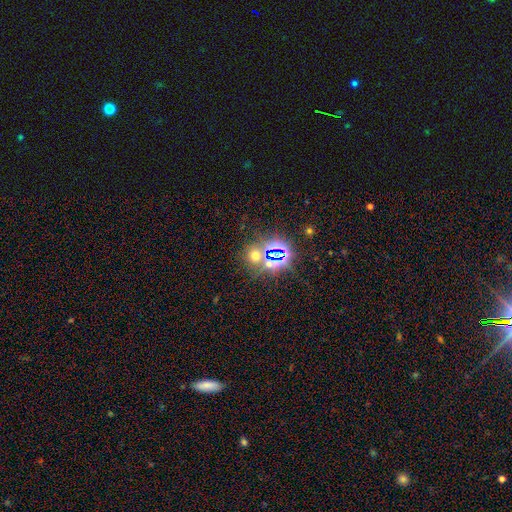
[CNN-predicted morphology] A star or artifact, not a galaxy (48%).

Vote fractions:
- Smooth or featured? star or artifact: 48% / smooth: 44% / featured or disk: 8%